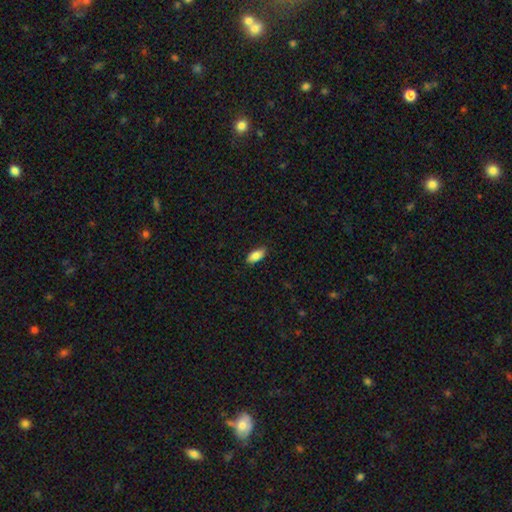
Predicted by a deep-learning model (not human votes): The model was most divided on "merging": none: 86%, minor disturbance: 11%, major disturbance: 2%, merger: 1%. More confident: how rounded — in between (88%); smooth or featured — smooth (85%).